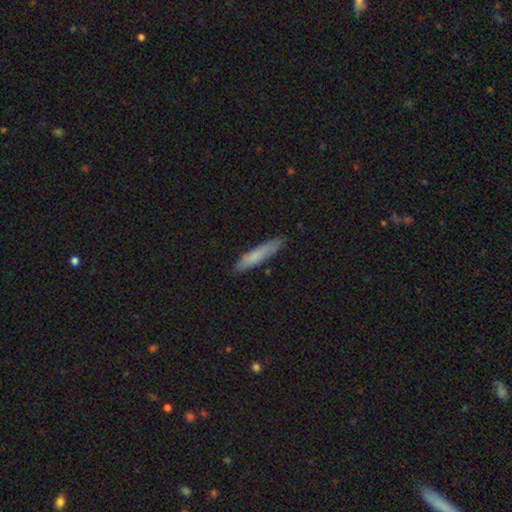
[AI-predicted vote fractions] Q: Smooth or featured?
A: smooth (78%); runner-up: featured or disk (16%)
Q: How rounded?
A: cigar-shaped (88%); runner-up: in between (11%)
Q: Merging?
A: none (86%); runner-up: minor disturbance (11%)